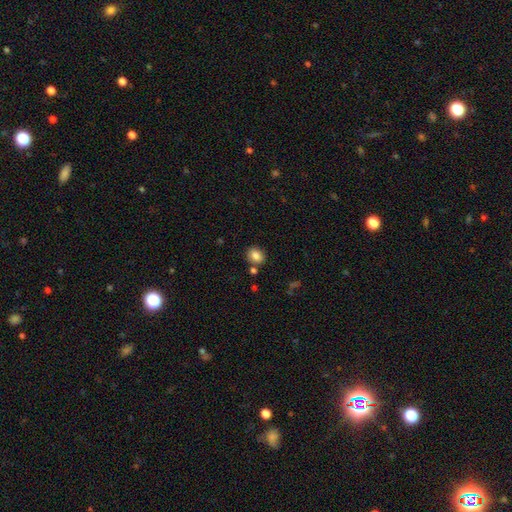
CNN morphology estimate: Smooth or featured?
  - smooth: 85% *
  - star or artifact: 9%
  - featured or disk: 6%
How rounded?
  - in between: 54% *
  - round: 45%
  - cigar-shaped: 1%
Merging?
  - none: 78% *
  - minor disturbance: 11%
  - merger: 8%
  - major disturbance: 3%